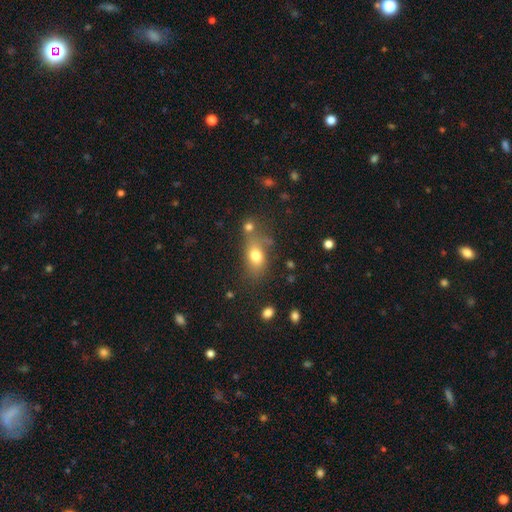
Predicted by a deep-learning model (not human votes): Smooth or featured: smooth — 75% (featured or disk — 13%)
How rounded: in between — 78% (round — 18%)
Merging: none — 55% (minor disturbance — 19%)